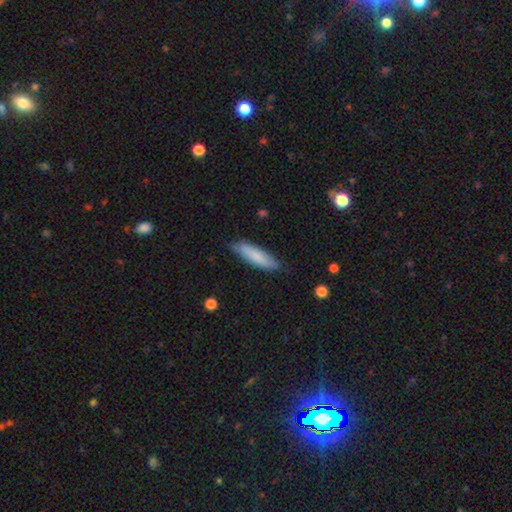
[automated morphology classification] Overall: smooth (80%). How rounded: cigar-shaped (67%; in between 32%). Merging: none (82%).